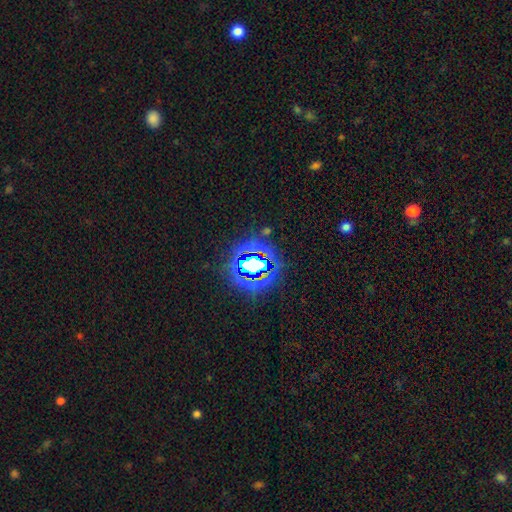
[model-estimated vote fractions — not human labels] This appears to be a star or artifact, not a galaxy (81%).